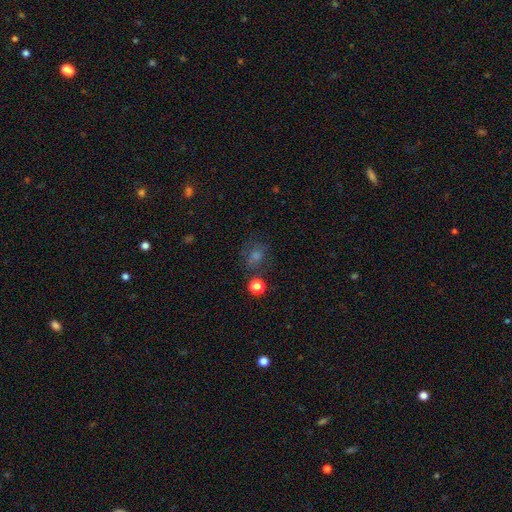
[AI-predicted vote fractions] This appears to be a smooth galaxy with no disk features (45%). Merging: none (69%).